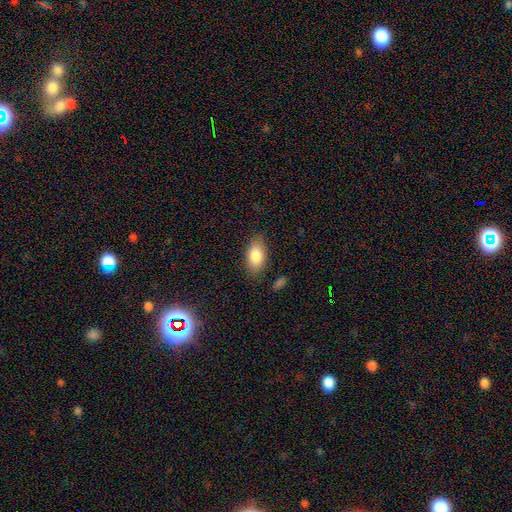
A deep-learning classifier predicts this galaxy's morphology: This appears to be a smooth galaxy with no disk features (84%) that is in between round and cigar-shaped (91%). Merging: none (82%).